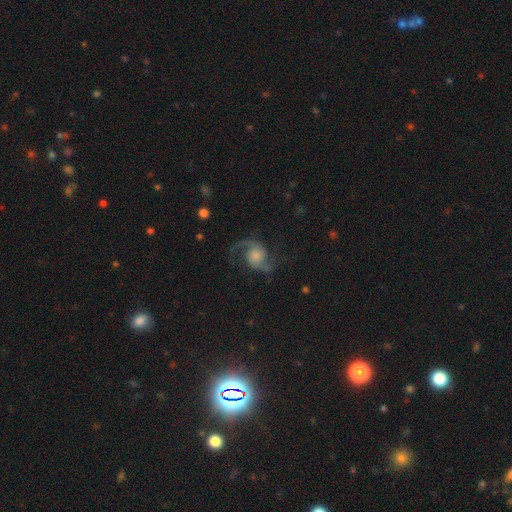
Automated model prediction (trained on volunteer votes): Morphology: type=featured or disk (89%); edge-on=no (98%); bar=no (69%); spiral arms=yes (98%); winding=loose (52%); arm count=2 (94%); bulge=moderate (32%); merging=none (78%).